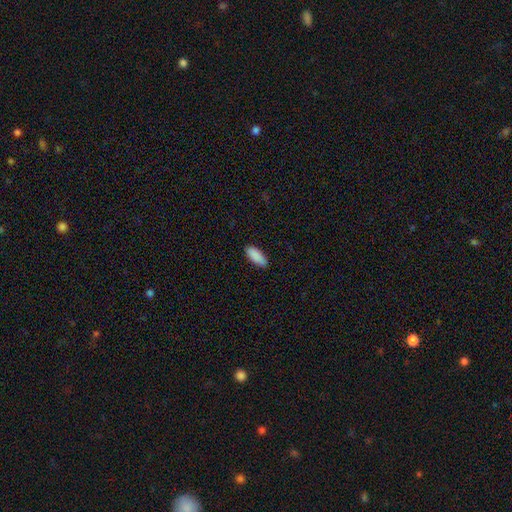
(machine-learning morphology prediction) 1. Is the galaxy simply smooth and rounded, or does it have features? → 90% smooth, 6% star or artifact, 4% featured or disk.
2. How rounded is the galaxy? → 78% in between, 20% cigar-shaped, 2% round.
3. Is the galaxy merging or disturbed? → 87% none, 10% minor disturbance, 2% major disturbance, 1% merger.